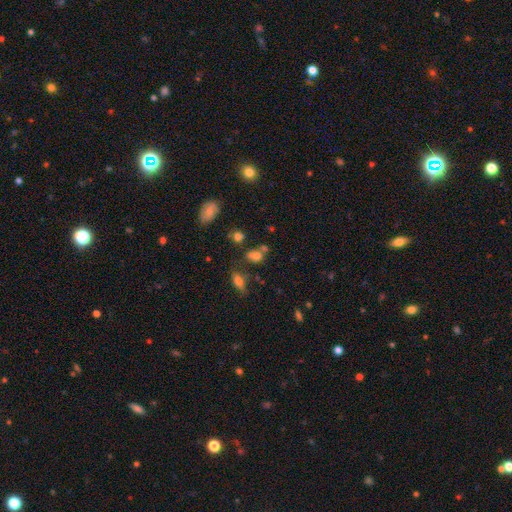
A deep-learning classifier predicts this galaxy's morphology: type=smooth (69%); roundness=round (52%); merging=none (46%).